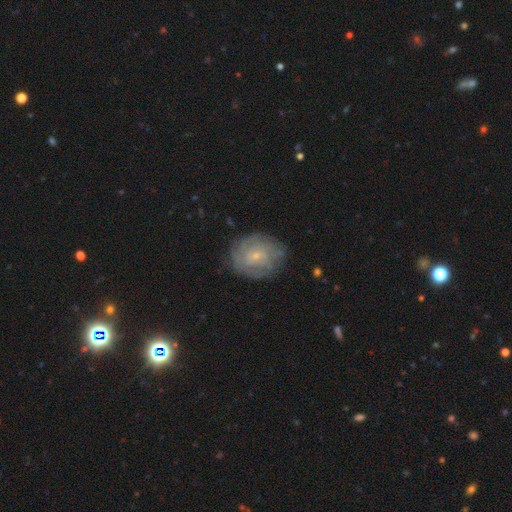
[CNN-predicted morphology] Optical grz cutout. It shows a featured or disk galaxy (65%) with no bar (70%), tight (66%) spiral arms (81%) and a small central bulge (80%). Merging: none (77%).